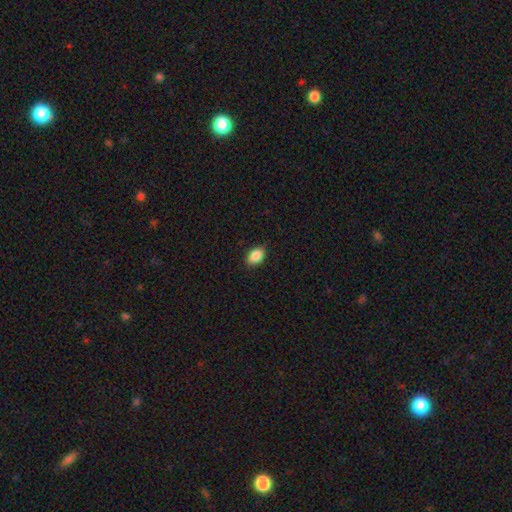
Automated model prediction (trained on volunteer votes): Overall: smooth (88%). How rounded: in between (83%). Merging: none (86%).